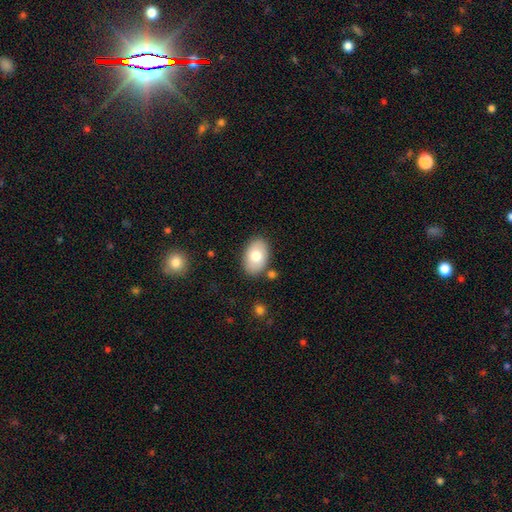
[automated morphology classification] The model was most divided on "smooth or featured": smooth: 75%, featured or disk: 18%, star or artifact: 7%. More confident: how rounded — in between (89%); merging — none (83%).